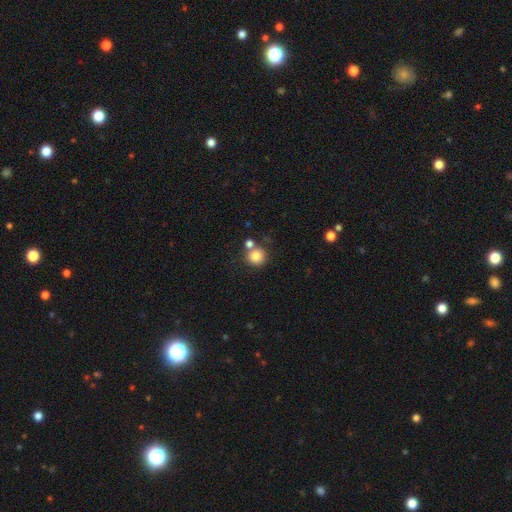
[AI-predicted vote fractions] Q: Smooth or featured?
A: smooth (81%); runner-up: star or artifact (11%)
Q: How rounded?
A: round (92%); runner-up: in between (7%)
Q: Merging?
A: none (66%); runner-up: merger (22%)